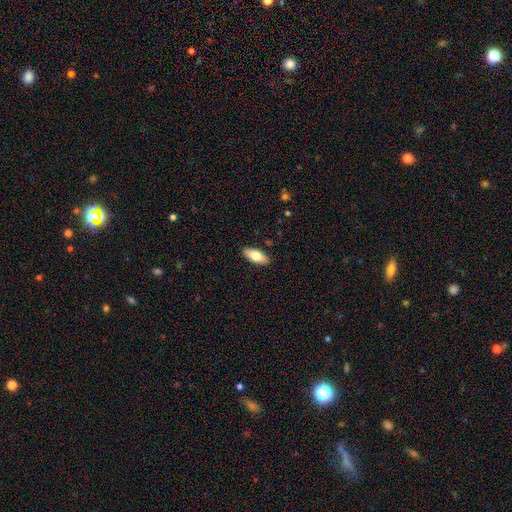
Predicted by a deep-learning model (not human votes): This appears to be a smooth galaxy with no disk features (75%) that is in between round and cigar-shaped (83%). Merging: none (89%).